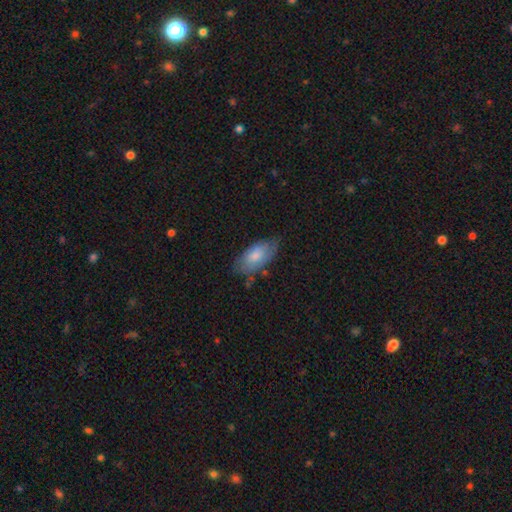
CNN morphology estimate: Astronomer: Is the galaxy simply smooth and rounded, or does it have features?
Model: smooth — 74%.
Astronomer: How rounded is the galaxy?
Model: in between — 92%.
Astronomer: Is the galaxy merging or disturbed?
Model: none — 65%.